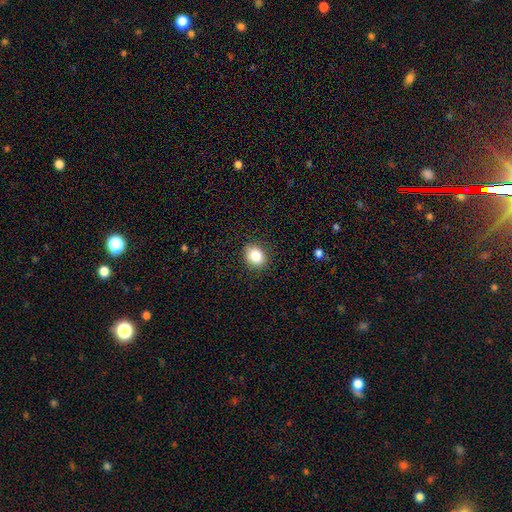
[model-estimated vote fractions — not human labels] This is clearly a smooth galaxy (84%). How rounded: possibly round (57%). Merging: clearly none (87%).